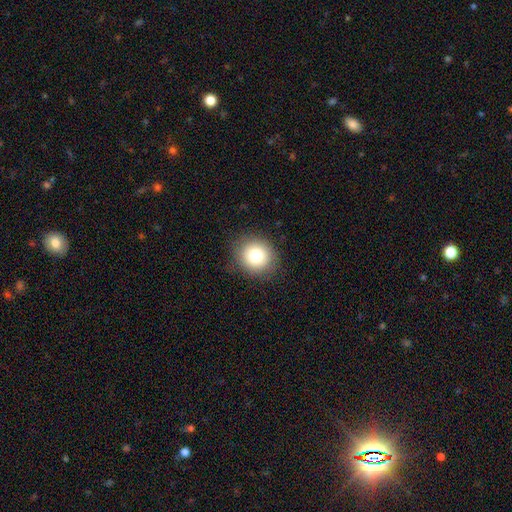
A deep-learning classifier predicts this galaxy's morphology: Q: Smooth or featured?
A: smooth (78%); runner-up: featured or disk (11%)
Q: How rounded?
A: round (86%); runner-up: in between (13%)
Q: Merging?
A: none (87%); runner-up: minor disturbance (9%)